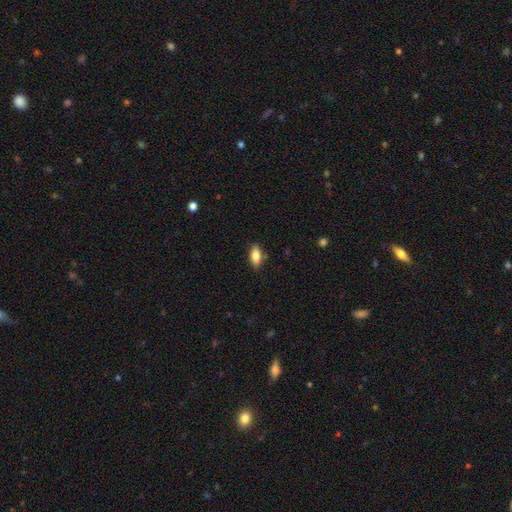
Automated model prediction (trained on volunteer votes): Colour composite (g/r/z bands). It shows a smooth galaxy with no disk features (80%) that is in between round and cigar-shaped (84%). Merging: none (80%).